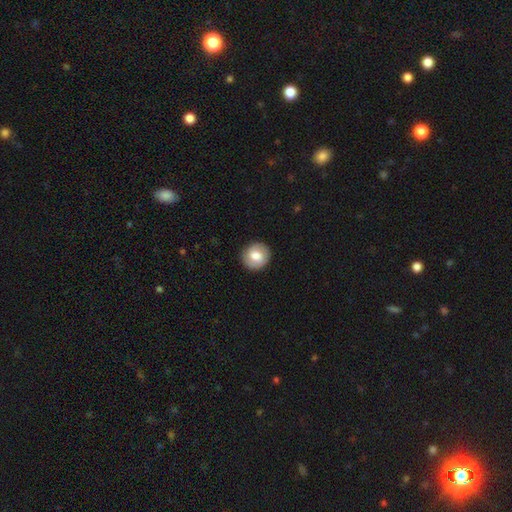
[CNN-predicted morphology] Overall: smooth (65%; featured or disk 28%). How rounded: round (88%). Merging: none (88%).